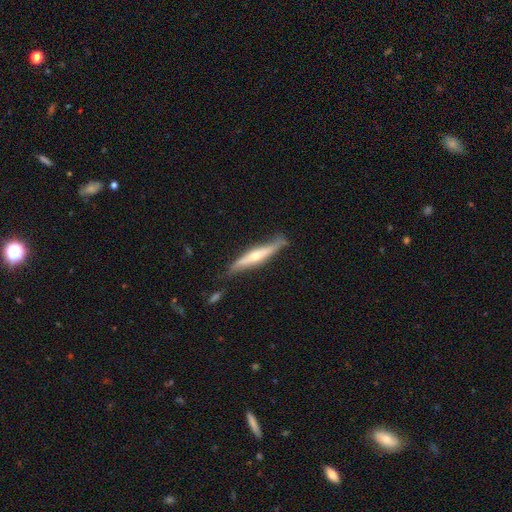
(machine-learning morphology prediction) Smooth or featured: featured or disk — 70% (smooth — 24%)
Edge-on disk: yes — 88% (no — 12%)
Edge-on bulge: rounded — 85% (none — 10%)
Merging: none — 73% (minor disturbance — 20%)